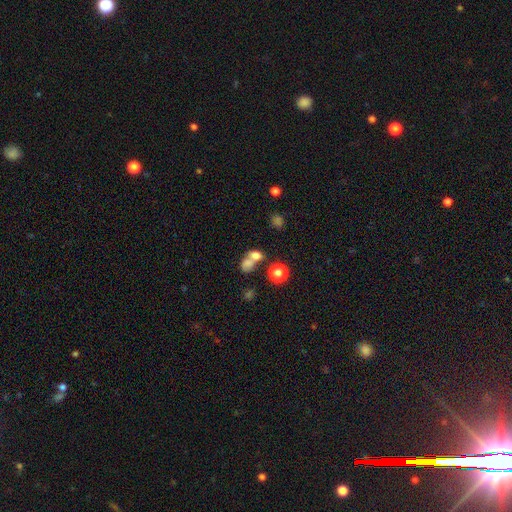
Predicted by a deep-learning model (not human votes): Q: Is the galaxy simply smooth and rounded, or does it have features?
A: smooth — 71%.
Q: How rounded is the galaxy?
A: in between — 55%.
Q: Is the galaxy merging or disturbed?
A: merger — 58%.